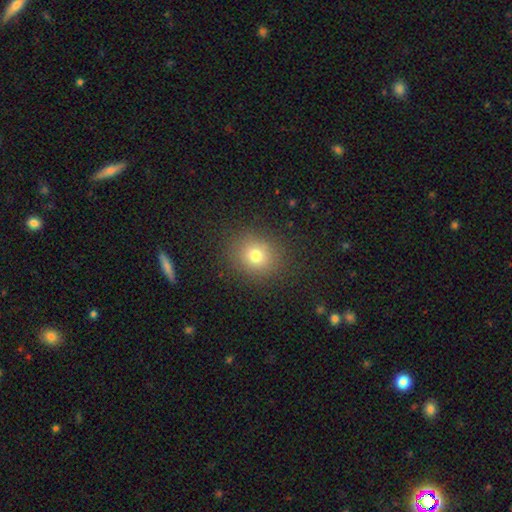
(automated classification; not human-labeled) The model was most divided on "how rounded": round: 76%, in between: 23%, cigar-shaped: 1%. More confident: merging — none (85%); smooth or featured — smooth (76%).